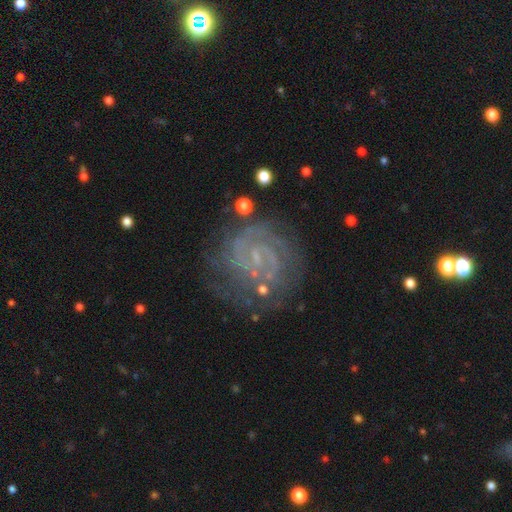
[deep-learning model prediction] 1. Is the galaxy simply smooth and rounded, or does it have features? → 84% featured or disk, 9% star or artifact, 7% smooth.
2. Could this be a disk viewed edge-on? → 98% no, 2% yes.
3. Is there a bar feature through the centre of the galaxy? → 53% no, 36% weak, 11% strong.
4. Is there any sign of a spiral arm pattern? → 95% yes, 5% no.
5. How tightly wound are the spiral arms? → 67% tight, 27% medium, 6% loose.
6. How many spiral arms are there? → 43% 2, 23% can't tell, 16% 3, 7% 4, 6% 1, 6% more than 4.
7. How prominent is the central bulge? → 66% small, 25% none, 7% moderate, 1% large, 1% dominant.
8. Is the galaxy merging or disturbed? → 71% none, 16% minor disturbance, 10% major disturbance, 3% merger.